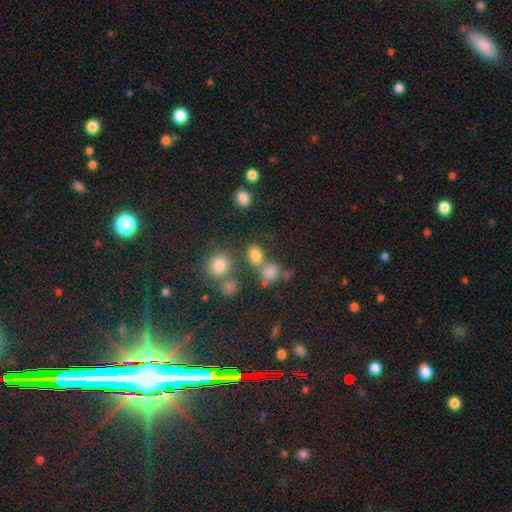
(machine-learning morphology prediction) Smooth or featured?
  - smooth: 76% *
  - star or artifact: 16%
  - featured or disk: 8%
How rounded?
  - round: 63% *
  - in between: 36%
  - cigar-shaped: 1%
Merging?
  - none: 55% *
  - merger: 29%
  - minor disturbance: 10%
  - major disturbance: 6%